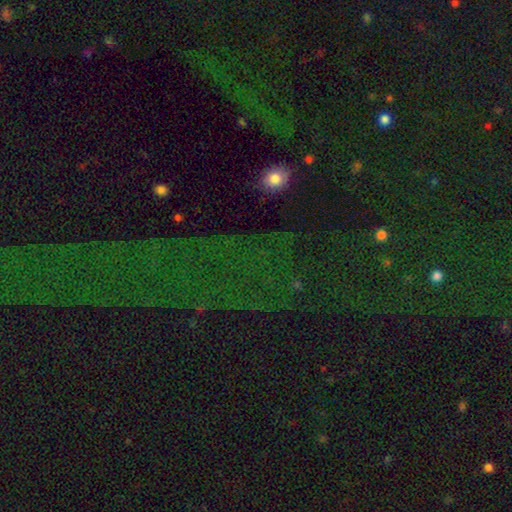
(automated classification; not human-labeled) smooth-or-featured: star or artifact: 66% | smooth: 21% | featured or disk: 13%